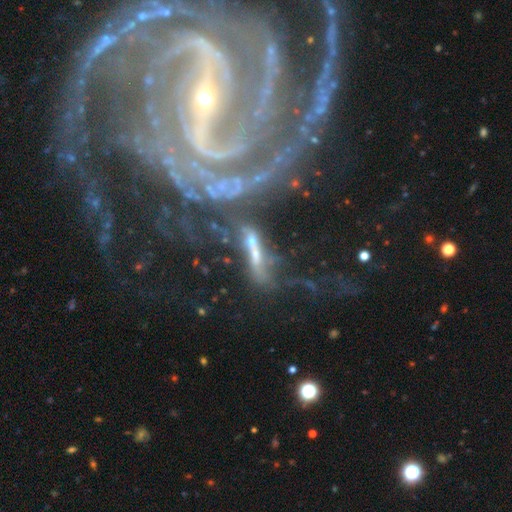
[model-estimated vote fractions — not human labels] This appears to be a featured or disk galaxy (54%). Merging: merger (47%).